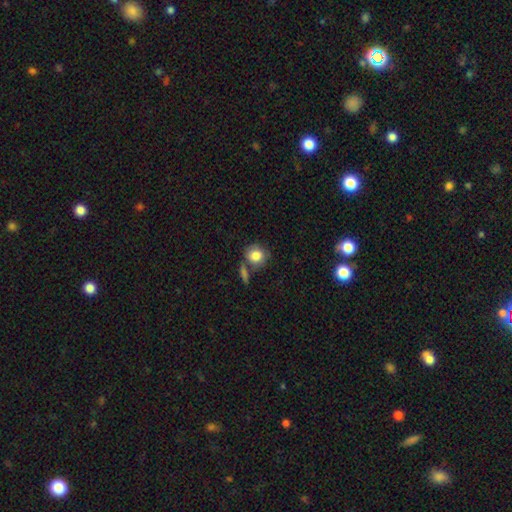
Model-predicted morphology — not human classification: Smooth or featured? smooth (83%)
How rounded? round (75%)
Merging? none (61%)